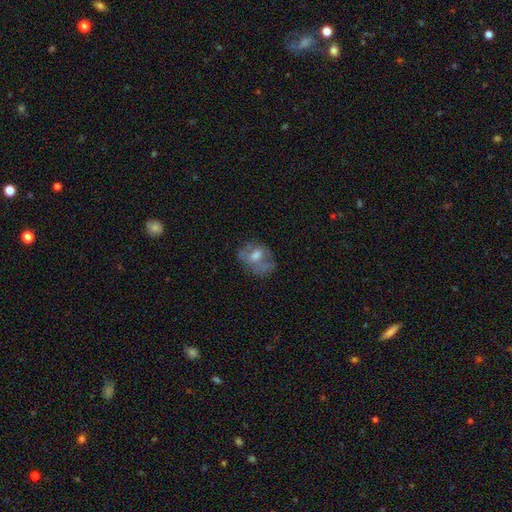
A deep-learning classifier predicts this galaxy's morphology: smooth-or-featured: featured or disk: 45% | smooth: 43% | star or artifact: 12%
  merging: none: 51% | minor disturbance: 24% | major disturbance: 22% | merger: 3%